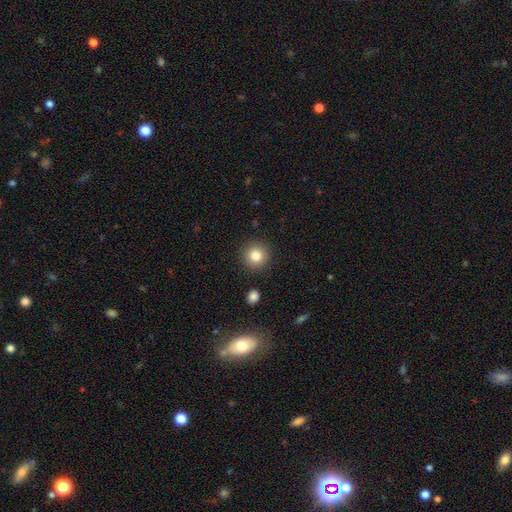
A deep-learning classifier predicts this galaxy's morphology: The model was most divided on "smooth or featured": smooth: 82%, star or artifact: 11%, featured or disk: 7%. More confident: how rounded — round (94%); merging — none (90%).